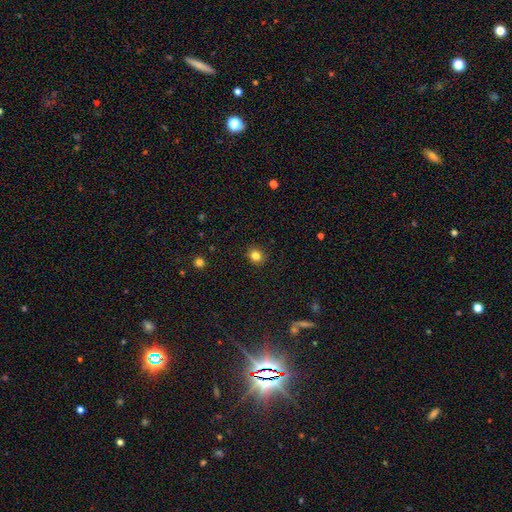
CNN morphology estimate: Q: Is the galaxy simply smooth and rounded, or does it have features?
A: smooth — 82%.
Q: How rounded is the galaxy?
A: round — 76%.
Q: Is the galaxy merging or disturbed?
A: none — 90%.